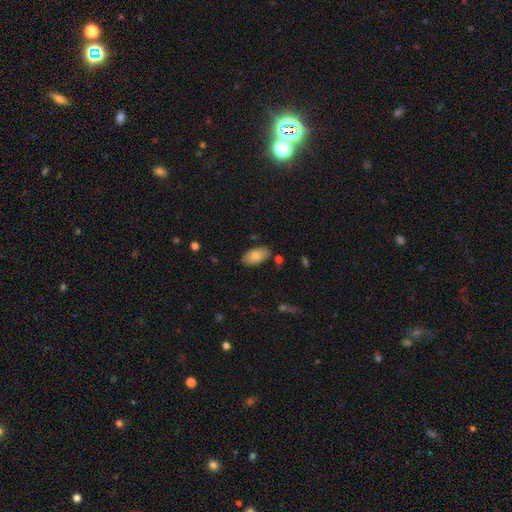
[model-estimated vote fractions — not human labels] Smooth or featured: smooth — 76% (featured or disk — 17%)
How rounded: in between — 95% (round — 3%)
Merging: none — 82% (minor disturbance — 13%)